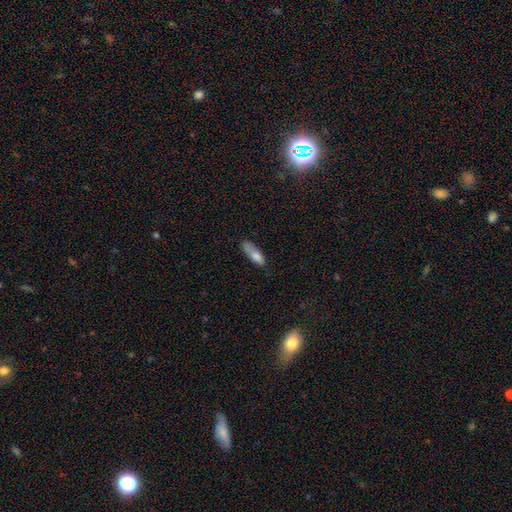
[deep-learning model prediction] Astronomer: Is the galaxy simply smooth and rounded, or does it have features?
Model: smooth — 77%.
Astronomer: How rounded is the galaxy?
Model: cigar-shaped — 50% (runner-up: in between, 48%).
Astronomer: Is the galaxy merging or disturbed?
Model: none — 58%.